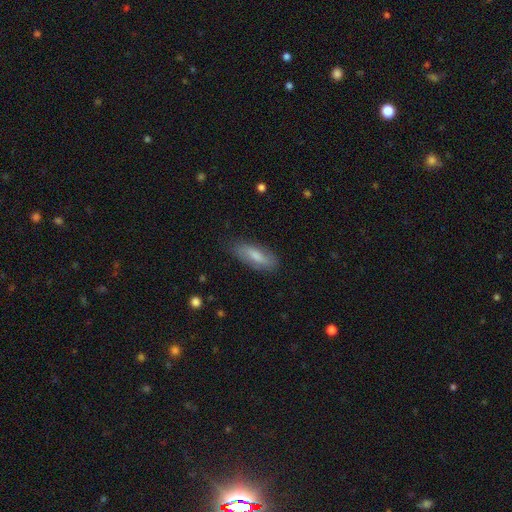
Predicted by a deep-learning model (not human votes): smooth-or-featured: smooth: 74% | featured or disk: 20% | star or artifact: 6%
  how-rounded: in between: 64% | cigar-shaped: 34% | round: 2%
  merging: none: 79% | minor disturbance: 16% | major disturbance: 3% | merger: 1%